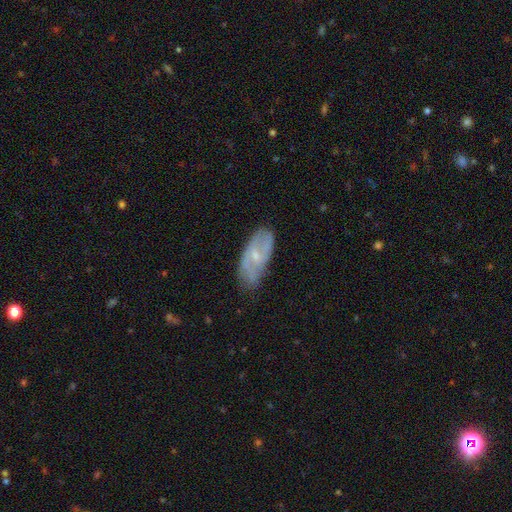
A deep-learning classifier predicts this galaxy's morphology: smooth-or-featured: featured or disk: 61% | smooth: 32% | star or artifact: 7%
  disk-edge-on: no: 88% | yes: 12%
    bar: weak: 46% | no: 40% | strong: 14%
    has-spiral-arms: yes: 68% | no: 32%
    bulge-size: small: 68% | moderate: 26% | none: 4% | large: 1% | dominant: 1%
  merging: none: 68% | minor disturbance: 24% | major disturbance: 6% | merger: 2%